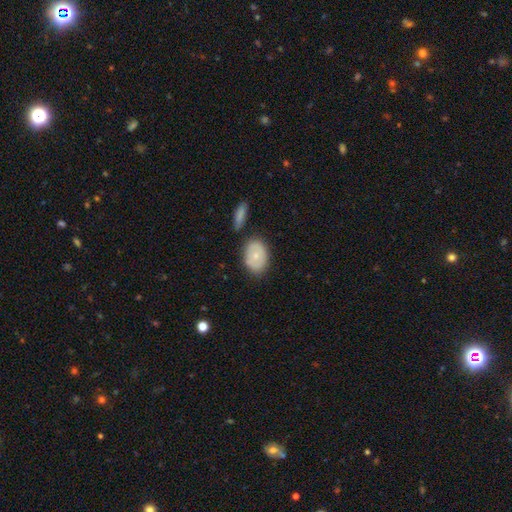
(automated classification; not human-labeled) smooth-or-featured: smooth: 65% | featured or disk: 29% | star or artifact: 6%
  how-rounded: in between: 81% | round: 18% | cigar-shaped: 1%
  merging: none: 72% | minor disturbance: 17% | merger: 7% | major disturbance: 4%